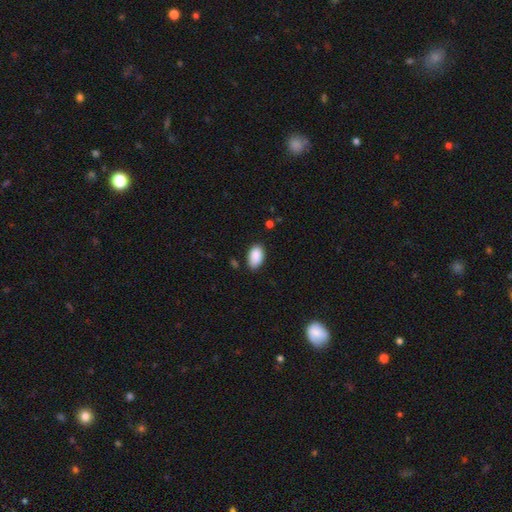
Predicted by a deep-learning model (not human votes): smooth 90%, star or artifact 7%, featured or disk 3%. Down the decision tree: how rounded — in between (94%); merging — none (80%).